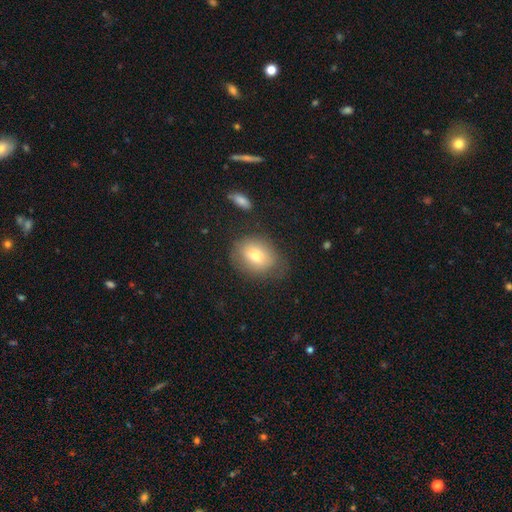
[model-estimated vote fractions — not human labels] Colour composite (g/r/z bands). It shows a smooth galaxy with no disk features (71%) that is in between round and cigar-shaped (54%). Merging: none (68%).